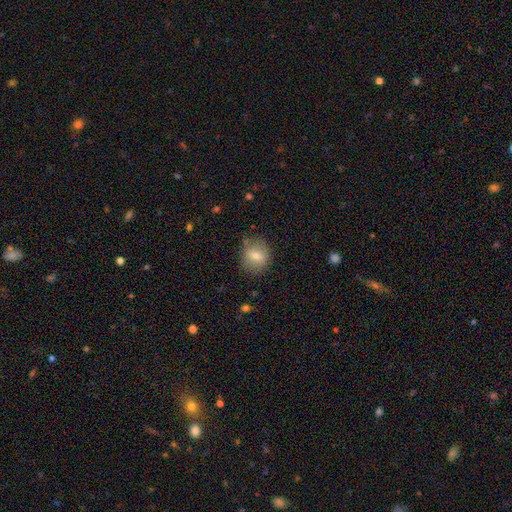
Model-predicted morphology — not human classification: smooth_or_featured: smooth (p=0.71) [alt: featured or disk p=0.20]
how_rounded: round (p=0.76) [alt: in between p=0.23]
merging: none (p=0.78) [alt: minor disturbance p=0.16]